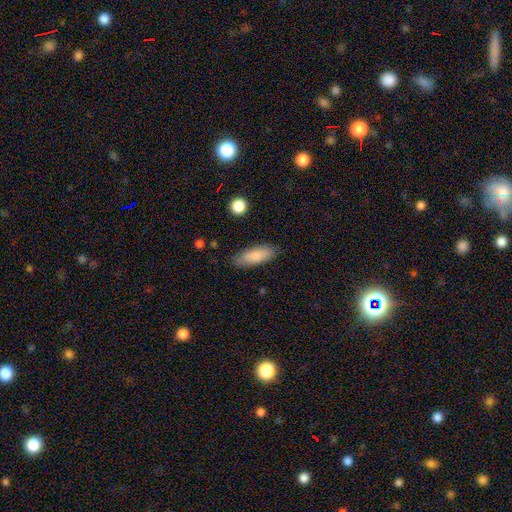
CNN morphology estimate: smooth 83%, featured or disk 11%, star or artifact 6%. Down the decision tree: how rounded — in between (68%); merging — none (83%).